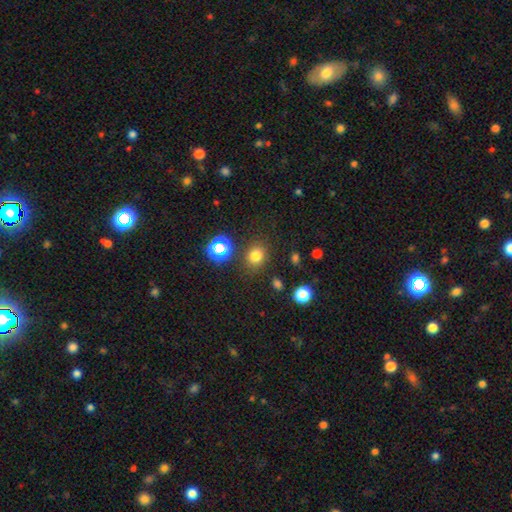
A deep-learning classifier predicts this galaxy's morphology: A smooth galaxy with no disk features (75%) that is round (67%). Merging: none (82%).